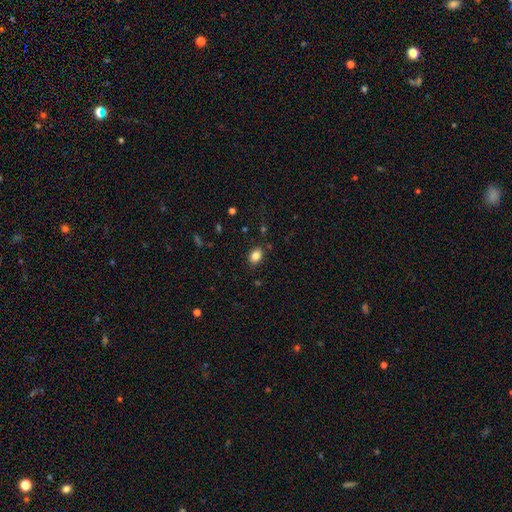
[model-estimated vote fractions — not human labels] Smooth or featured: smooth — 84% (star or artifact — 10%)
How rounded: in between — 75% (round — 24%)
Merging: none — 84% (minor disturbance — 11%)